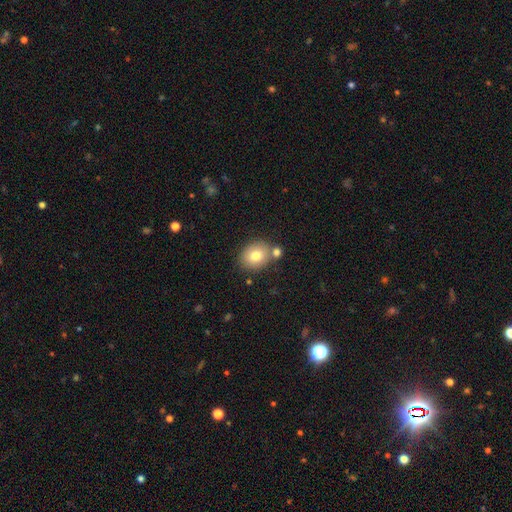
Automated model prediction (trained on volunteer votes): smooth_or_featured: smooth (p=0.77) [alt: featured or disk p=0.13]
how_rounded: round (p=0.59) [alt: in between p=0.40]
merging: none (p=0.69) [alt: merger p=0.18]